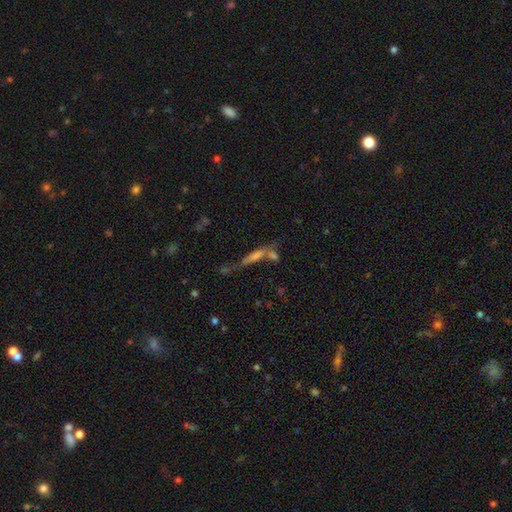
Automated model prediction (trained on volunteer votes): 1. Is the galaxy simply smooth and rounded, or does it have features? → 44% featured or disk, 42% smooth, 14% star or artifact.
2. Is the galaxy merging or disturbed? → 50% none, 25% merger, 16% minor disturbance, 9% major disturbance.